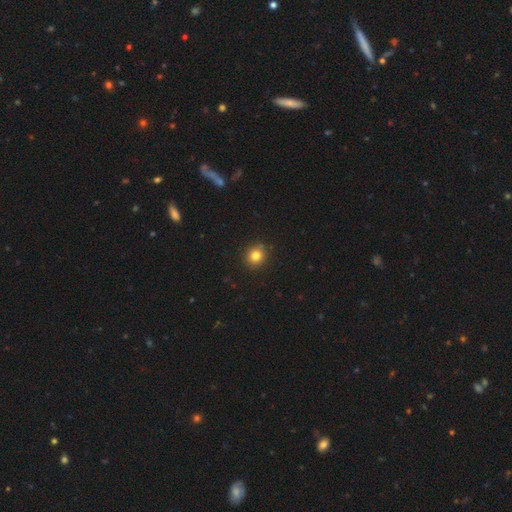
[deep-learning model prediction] Overall: smooth (81%). How rounded: round (86%). Merging: none (90%).